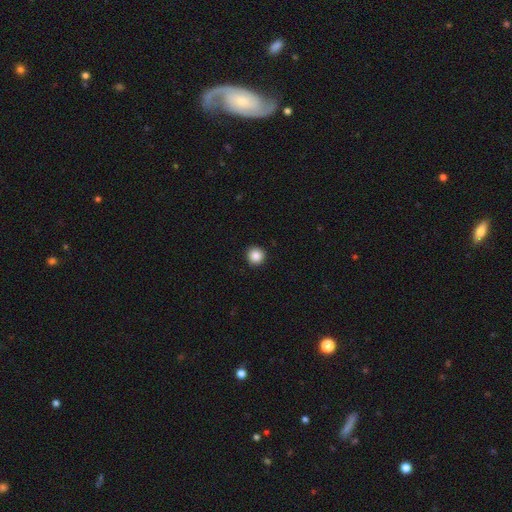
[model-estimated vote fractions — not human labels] smooth-or-featured: smooth: 86% | star or artifact: 10% | featured or disk: 4%
  how-rounded: round: 95% | in between: 4% | cigar-shaped: 1%
  merging: none: 93% | minor disturbance: 5% | major disturbance: 1% | merger: 1%